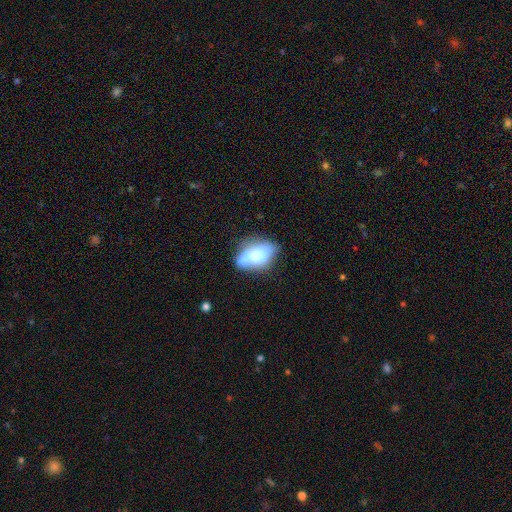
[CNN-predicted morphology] Q: Smooth or featured?
A: smooth (60%); runner-up: featured or disk (32%)
Q: How rounded?
A: in between (83%); runner-up: round (14%)
Q: Merging?
A: merger (37%); runner-up: none (32%)